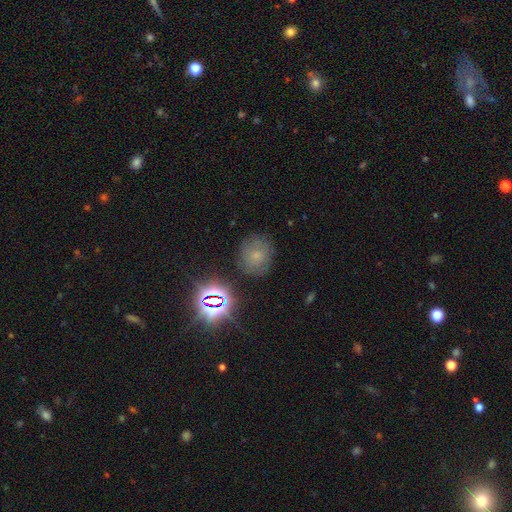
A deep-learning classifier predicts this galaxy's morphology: smooth_or_featured: smooth (p=0.52) [alt: star or artifact p=0.31]
how_rounded: round (p=0.82) [alt: in between p=0.16]
merging: none (p=0.81) [alt: minor disturbance p=0.13]